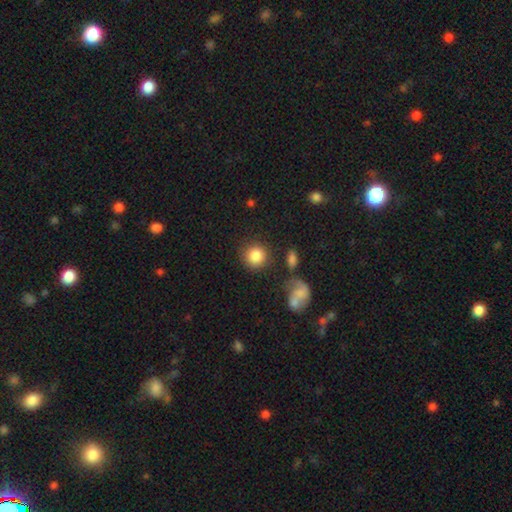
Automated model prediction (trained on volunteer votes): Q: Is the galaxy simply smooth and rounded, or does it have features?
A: smooth — 85%.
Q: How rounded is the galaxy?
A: round — 89%.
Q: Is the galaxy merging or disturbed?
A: none — 78%.